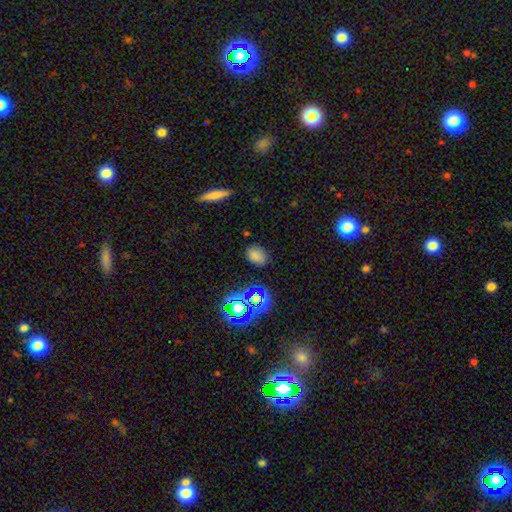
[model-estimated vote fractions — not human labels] Morphology: type=smooth (75%); roundness=in between (72%); merging=none (80%).